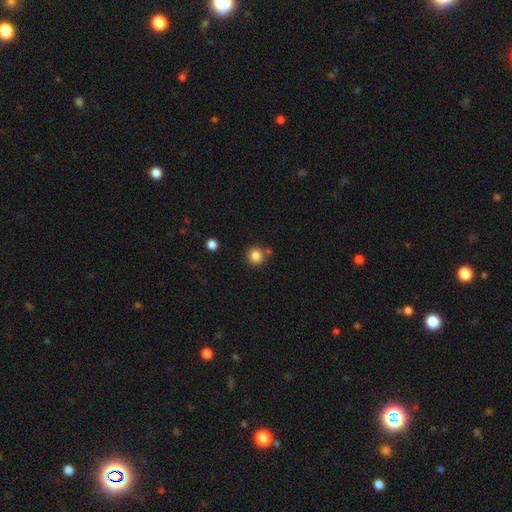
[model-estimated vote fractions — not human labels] Overall: smooth (84%). How rounded: round (92%). Merging: none (78%).